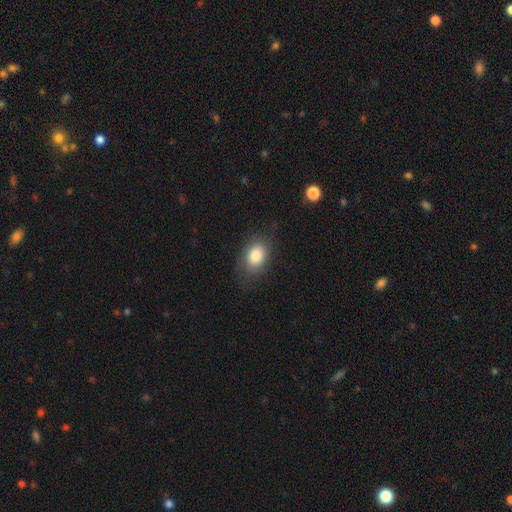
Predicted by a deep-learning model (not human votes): This appears to be a smooth galaxy with no disk features (82%) that is in between round and cigar-shaped (75%). Merging: none (78%).